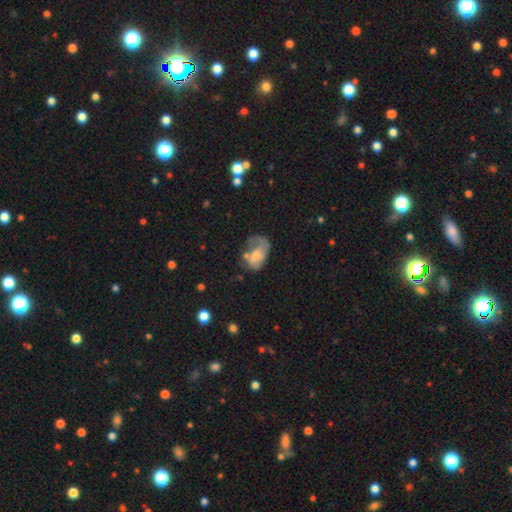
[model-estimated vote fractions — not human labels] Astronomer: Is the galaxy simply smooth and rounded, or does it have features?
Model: smooth — 52% (runner-up: featured or disk, 39%).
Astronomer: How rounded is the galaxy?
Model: in between — 85%.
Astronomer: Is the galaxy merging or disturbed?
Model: major disturbance — 42% (runner-up: minor disturbance, 25%).